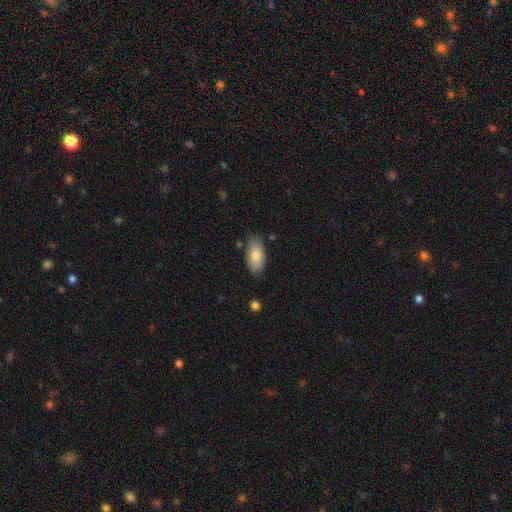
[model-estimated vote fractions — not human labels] Overall: smooth (82%). How rounded: in between (94%). Merging: none (79%).